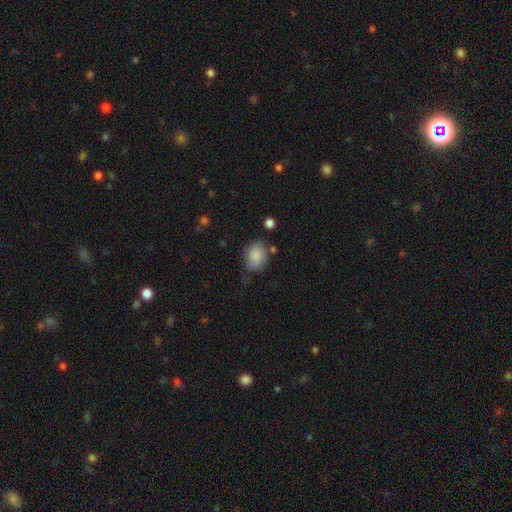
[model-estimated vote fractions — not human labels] A smooth galaxy with no disk features (86%) that is in between round and cigar-shaped (60%). Merging: none (68%).